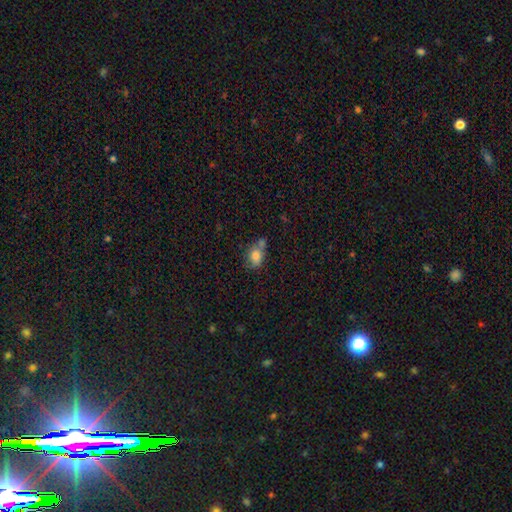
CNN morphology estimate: Overall: smooth (75%). How rounded: in between (59%; round 39%). Merging: merger (38%; none 36%).